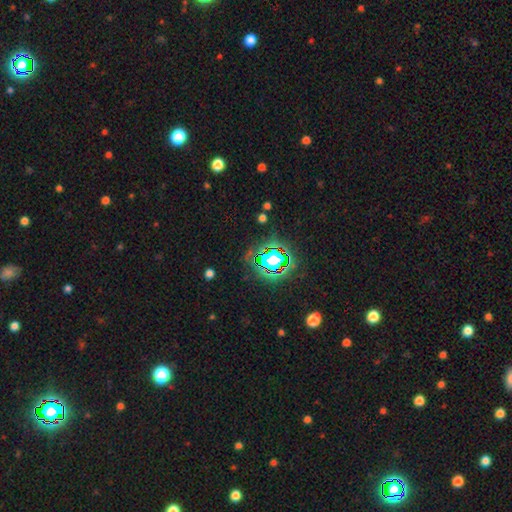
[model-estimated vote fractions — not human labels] Morphology: type=star or artifact (81%).